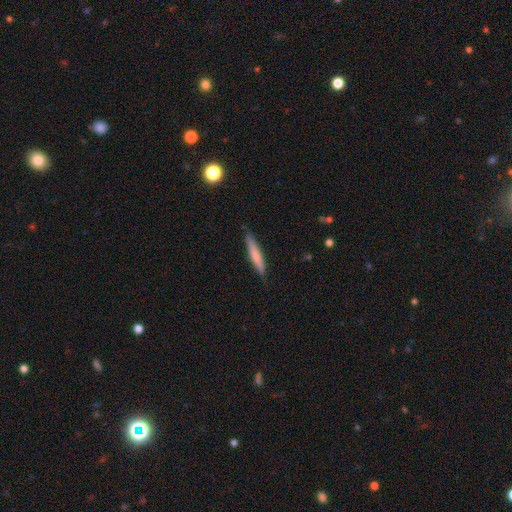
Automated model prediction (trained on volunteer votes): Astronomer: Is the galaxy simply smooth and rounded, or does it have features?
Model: smooth — 70%.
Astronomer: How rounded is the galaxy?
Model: cigar-shaped — 93%.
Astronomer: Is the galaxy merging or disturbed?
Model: none — 88%.